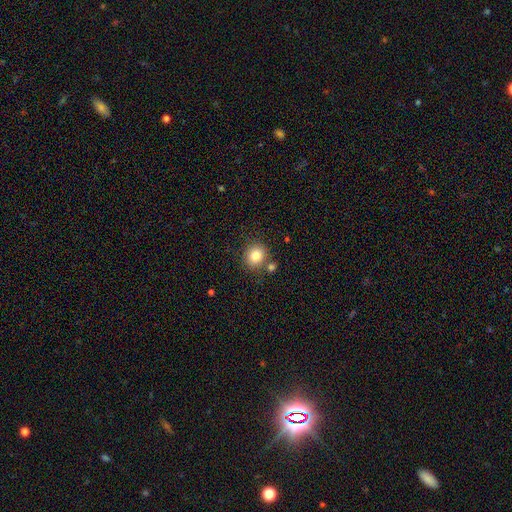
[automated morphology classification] smooth-or-featured: smooth: 82% | star or artifact: 10% | featured or disk: 7%
  how-rounded: round: 83% | in between: 16% | cigar-shaped: 1%
  merging: none: 76% | merger: 11% | minor disturbance: 10% | major disturbance: 3%